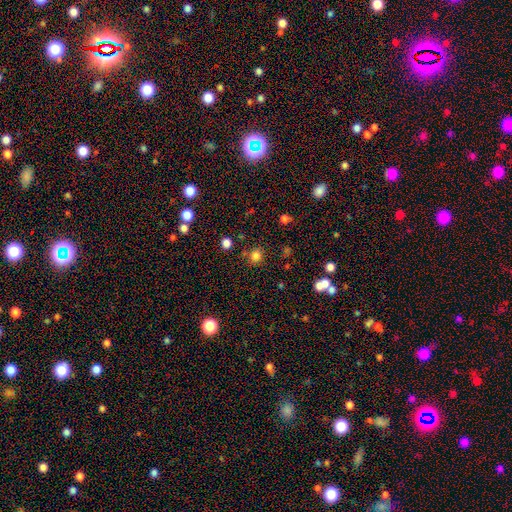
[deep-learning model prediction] This appears to be a smooth galaxy with no disk features (79%) that is round (81%). Merging: none (79%).